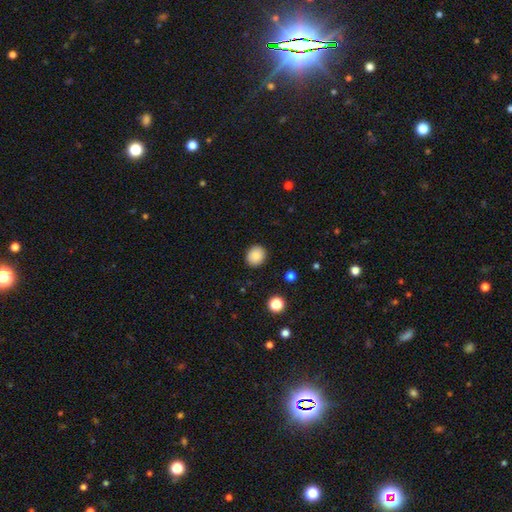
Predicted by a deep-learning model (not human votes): smooth 86%, star or artifact 9%, featured or disk 5%. Down the decision tree: how rounded — round (72%); merging — none (90%).